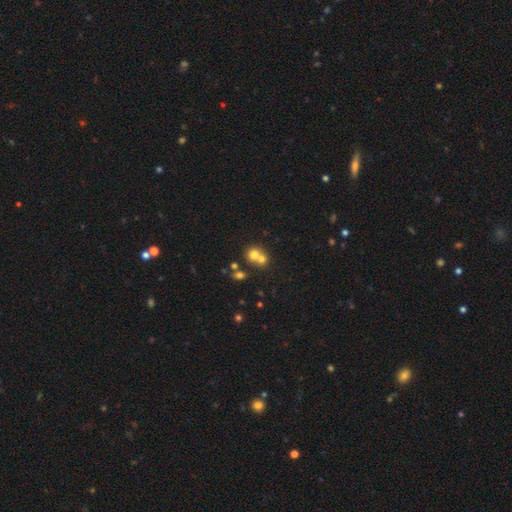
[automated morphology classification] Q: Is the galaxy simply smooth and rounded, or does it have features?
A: smooth — 69%.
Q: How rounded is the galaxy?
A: round — 80%.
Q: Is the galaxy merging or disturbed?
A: merger — 56%.